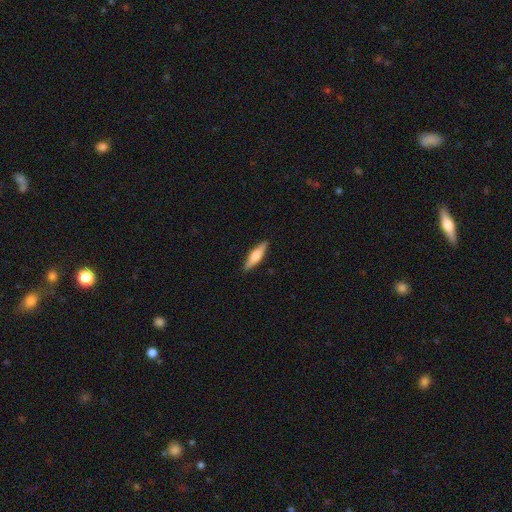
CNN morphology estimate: Smooth or featured: smooth — 55% (featured or disk — 40%)
How rounded: cigar-shaped — 72% (in between — 26%)
Merging: none — 90% (minor disturbance — 7%)